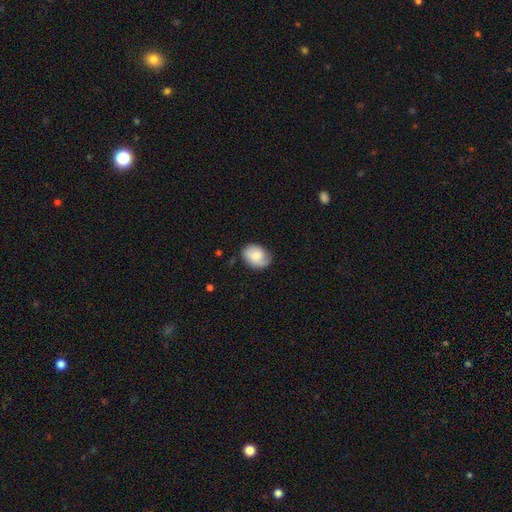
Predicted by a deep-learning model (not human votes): smooth-or-featured: smooth: 64% | featured or disk: 29% | star or artifact: 7%
  how-rounded: in between: 69% | round: 30% | cigar-shaped: 1%
  merging: none: 71% | minor disturbance: 22% | major disturbance: 5% | merger: 1%